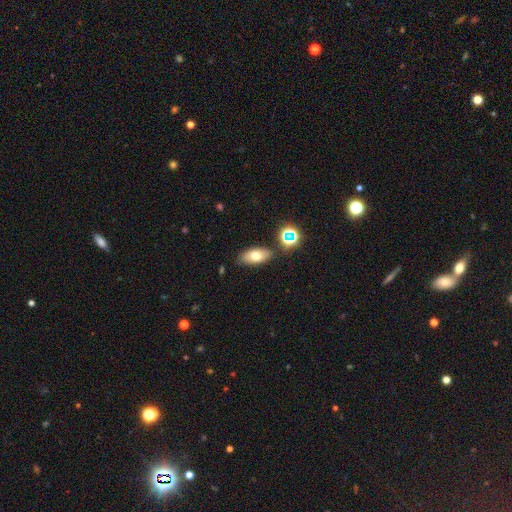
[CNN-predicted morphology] smooth-or-featured: smooth: 68% | featured or disk: 20% | star or artifact: 12%
  how-rounded: in between: 87% | cigar-shaped: 7% | round: 6%
  merging: none: 82% | minor disturbance: 11% | merger: 5% | major disturbance: 3%